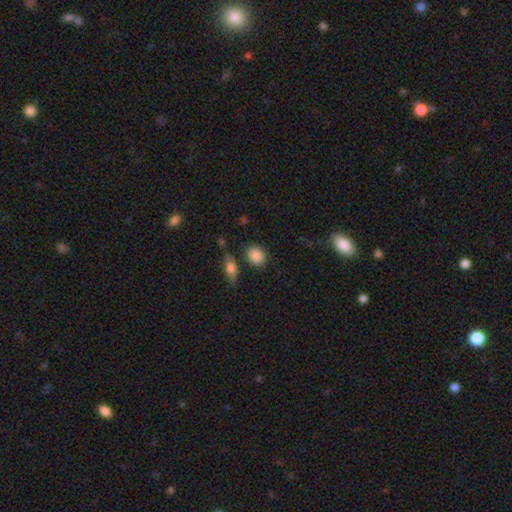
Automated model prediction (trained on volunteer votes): This is clearly a smooth galaxy (87%). How rounded: possibly round (53%). Merging: likely none (80%).